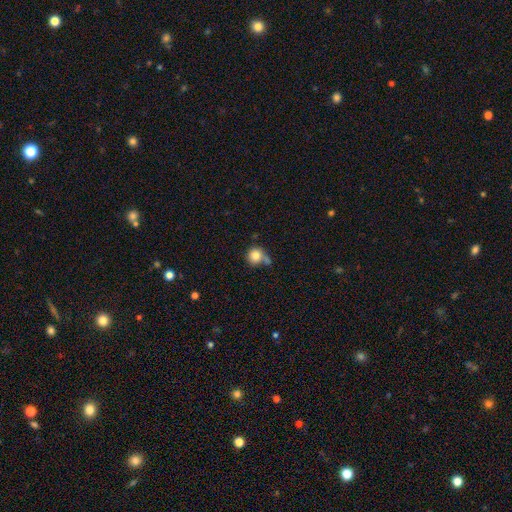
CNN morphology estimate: A smooth galaxy with no disk features (80%) that is round (89%).

Vote fractions:
- Smooth or featured? smooth: 80% / star or artifact: 10% / featured or disk: 10%
- How rounded? round: 89% / in between: 10% / cigar-shaped: 1%
- Merging? none: 52% / merger: 23% / minor disturbance: 17% / major disturbance: 8%